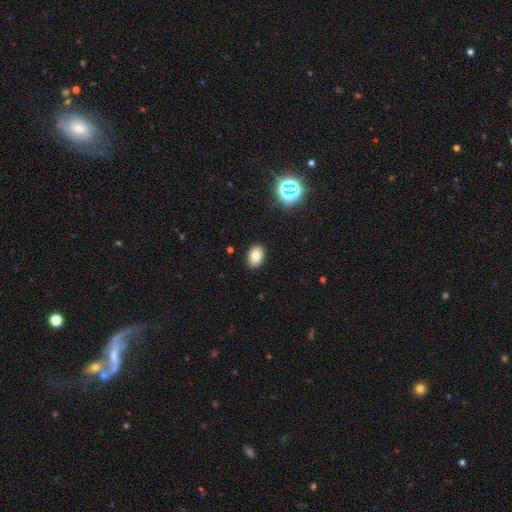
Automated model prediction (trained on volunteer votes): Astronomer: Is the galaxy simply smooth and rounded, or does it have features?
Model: smooth — 83%.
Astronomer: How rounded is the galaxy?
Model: in between — 85%.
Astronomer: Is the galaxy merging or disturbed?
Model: none — 89%.